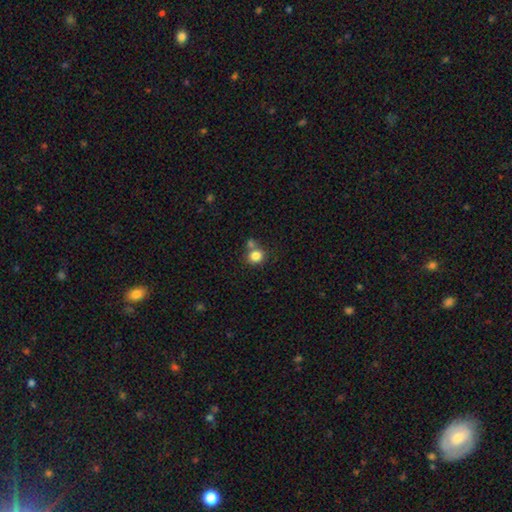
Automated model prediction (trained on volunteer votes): A smooth galaxy with no disk features (83%) that is round (83%).

Vote fractions:
- Smooth or featured? smooth: 83% / star or artifact: 11% / featured or disk: 6%
- How rounded? round: 83% / in between: 16% / cigar-shaped: 1%
- Merging? none: 60% / merger: 27% / minor disturbance: 9% / major disturbance: 4%